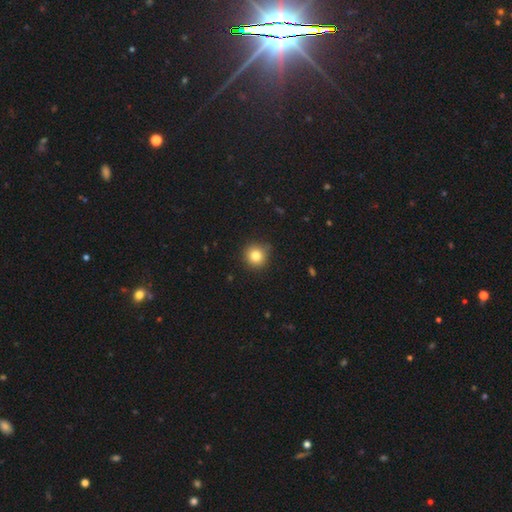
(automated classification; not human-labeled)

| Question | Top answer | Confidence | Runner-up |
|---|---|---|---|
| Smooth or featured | smooth | 82% | star or artifact (11%) |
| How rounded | round | 92% | in between (7%) |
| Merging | none | 85% | minor disturbance (11%) |